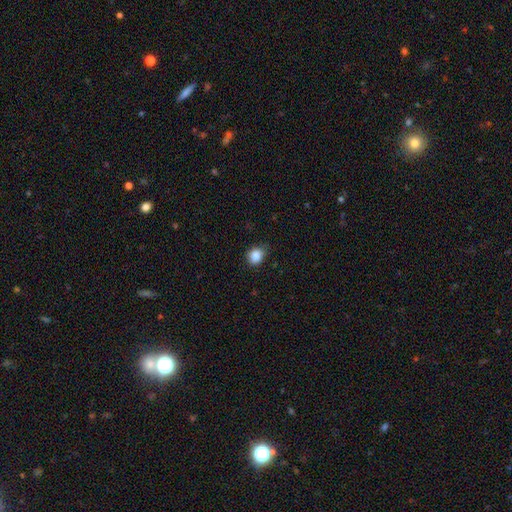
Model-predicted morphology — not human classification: The model was most divided on "how rounded": round: 63%, in between: 37%, cigar-shaped: 1%. More confident: smooth or featured — smooth (85%); merging — none (70%).